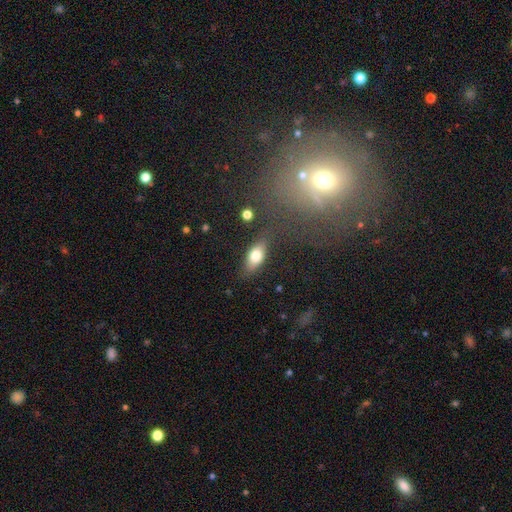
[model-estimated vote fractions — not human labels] Overall: smooth (74%). How rounded: in between (81%). Merging: none (79%).